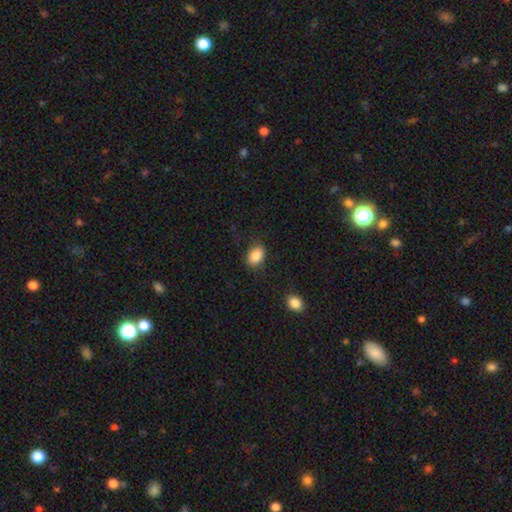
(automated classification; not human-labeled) A smooth galaxy with no disk features (86%) that is in between round and cigar-shaped (79%). Merging: none (83%).